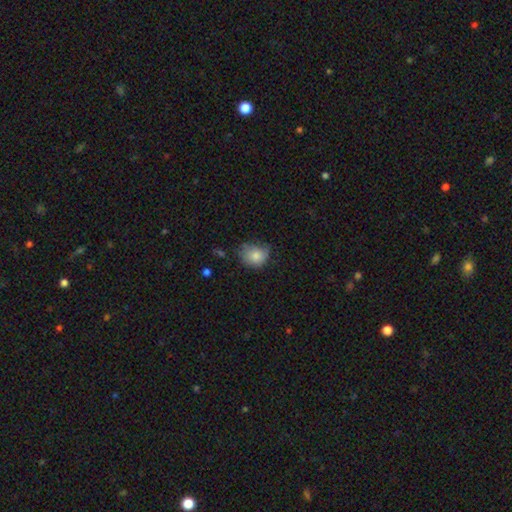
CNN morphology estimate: Smooth or featured?
  - smooth: 79% *
  - featured or disk: 12%
  - star or artifact: 9%
How rounded?
  - round: 60% *
  - in between: 40%
  - cigar-shaped: 1%
Merging?
  - none: 47% *
  - minor disturbance: 38%
  - major disturbance: 13%
  - merger: 2%